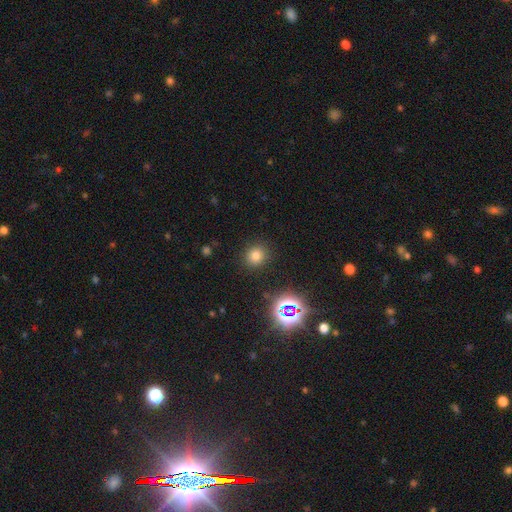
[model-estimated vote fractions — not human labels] This appears to be a smooth galaxy with no disk features (74%) that is round (84%). Merging: none (89%).